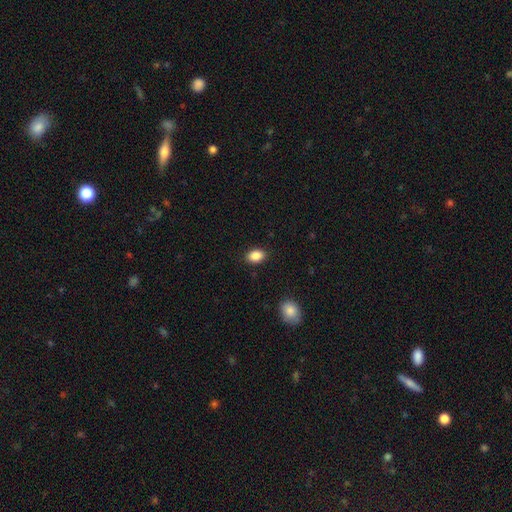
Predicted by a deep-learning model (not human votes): This appears to be a smooth galaxy with no disk features (88%) that is in between round and cigar-shaped (82%). Merging: none (88%).